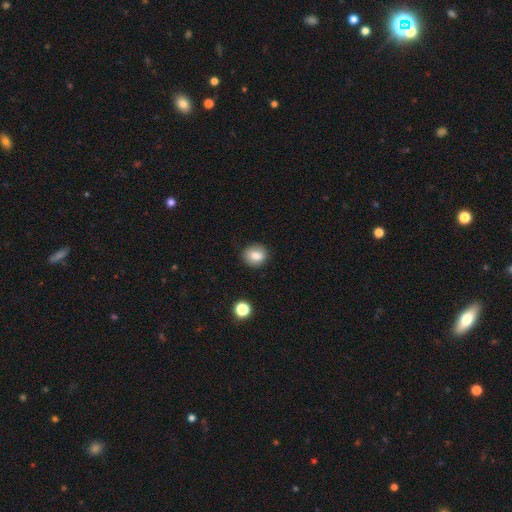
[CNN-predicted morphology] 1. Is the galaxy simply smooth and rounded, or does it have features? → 80% smooth, 10% featured or disk, 10% star or artifact.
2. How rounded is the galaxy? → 73% round, 26% in between, 1% cigar-shaped.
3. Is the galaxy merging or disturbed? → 86% none, 10% minor disturbance, 2% major disturbance, 2% merger.